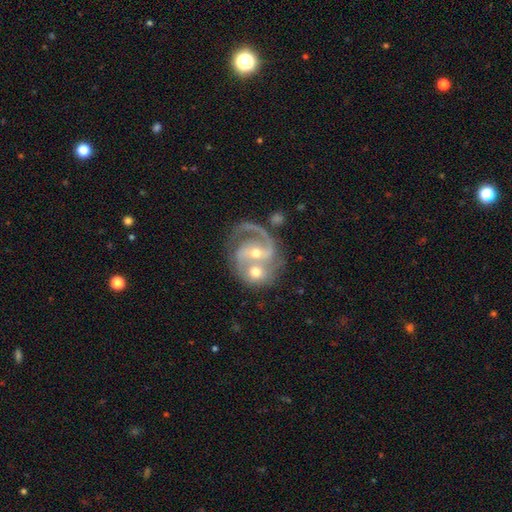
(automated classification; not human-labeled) Smooth or featured?
  - featured or disk: 88% *
  - smooth: 7%
  - star or artifact: 5%
Edge-on disk?
  - no: 98% *
  - yes: 2%
Bar?
  - weak: 40% *
  - no: 36%
  - strong: 24%
Spiral arms?
  - yes: 96% *
  - no: 4%
Spiral winding?
  - medium: 53% *
  - tight: 29%
  - loose: 18%
Spiral arm count?
  - 2: 71% *
  - 1: 15%
  - 3: 6%
  - can't tell: 5%
  - 4: 1%
  - more than 4: 1%
Bulge size?
  - moderate: 51% *
  - small: 44%
  - large: 2%
  - none: 1%
  - dominant: 1%
Merging?
  - merger: 49% *
  - none: 31%
  - minor disturbance: 10%
  - major disturbance: 10%